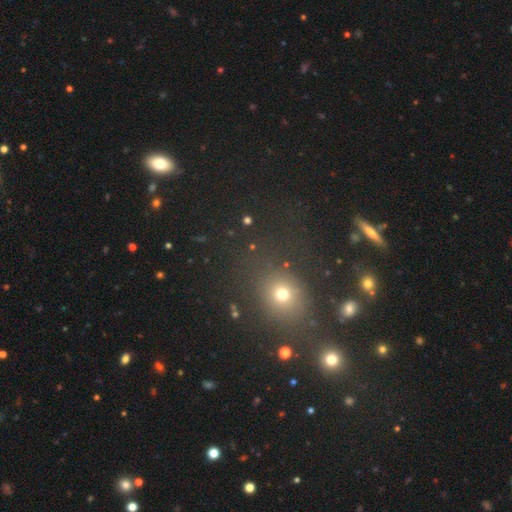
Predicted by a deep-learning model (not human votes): smooth-or-featured: smooth: 48% | star or artifact: 43% | featured or disk: 9%
  merging: none: 80% | minor disturbance: 9% | merger: 5% | major disturbance: 5%